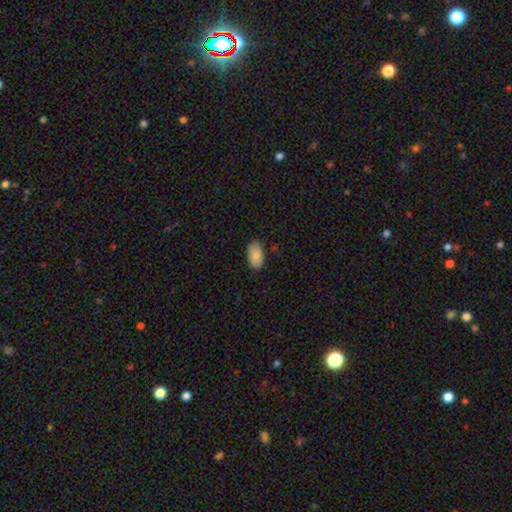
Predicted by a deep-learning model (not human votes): smooth-or-featured: smooth: 85% | featured or disk: 8% | star or artifact: 7%
  how-rounded: in between: 95% | round: 4% | cigar-shaped: 2%
  merging: none: 84% | minor disturbance: 12% | major disturbance: 2% | merger: 1%